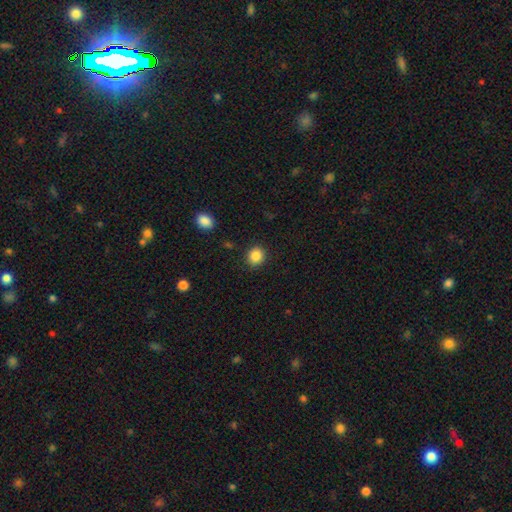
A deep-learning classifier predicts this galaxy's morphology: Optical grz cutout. It shows a smooth galaxy with no disk features (86%) that is round (76%). Merging: none (90%).